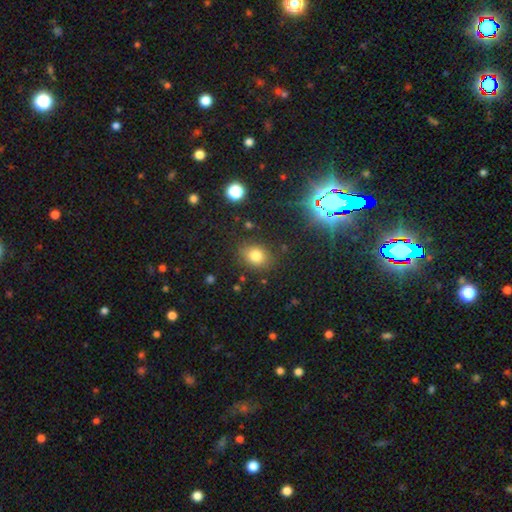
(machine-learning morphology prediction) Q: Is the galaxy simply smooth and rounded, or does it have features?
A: smooth — 77%.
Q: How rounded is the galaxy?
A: in between — 53%.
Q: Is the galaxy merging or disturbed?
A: none — 82%.